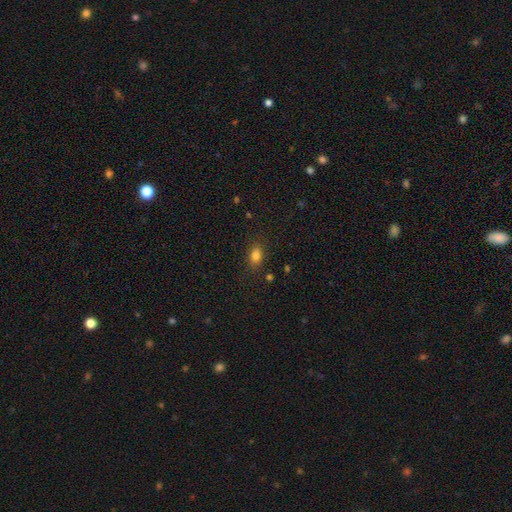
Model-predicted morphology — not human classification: smooth_or_featured: smooth (p=0.81) [alt: star or artifact p=0.12]
how_rounded: in between (p=0.76) [alt: round p=0.21]
merging: none (p=0.83) [alt: minor disturbance p=0.12]